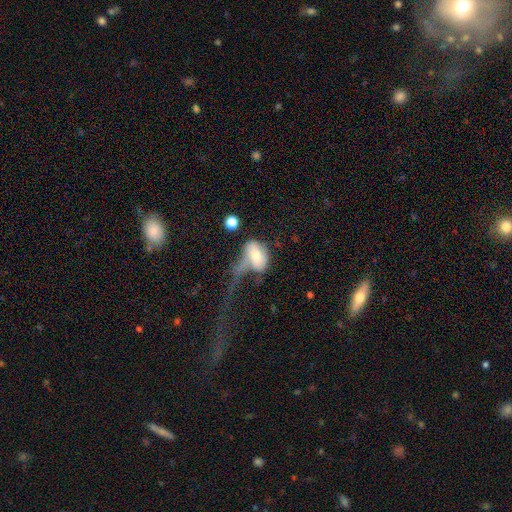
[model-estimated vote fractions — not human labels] Q: Smooth or featured?
A: smooth (62%); runner-up: featured or disk (29%)
Q: How rounded?
A: in between (84%); runner-up: round (14%)
Q: Merging?
A: major disturbance (58%); runner-up: merger (16%)